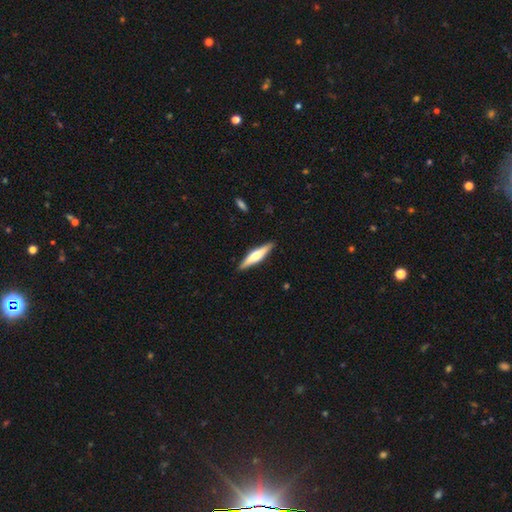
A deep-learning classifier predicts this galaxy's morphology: Smooth or featured?
  - featured or disk: 56% *
  - smooth: 39%
  - star or artifact: 5%
Edge-on disk?
  - yes: 96% *
  - no: 4%
Edge-on bulge?
  - rounded: 85% *
  - boxy: 9%
  - none: 6%
Merging?
  - none: 90% *
  - minor disturbance: 7%
  - major disturbance: 1%
  - merger: 1%